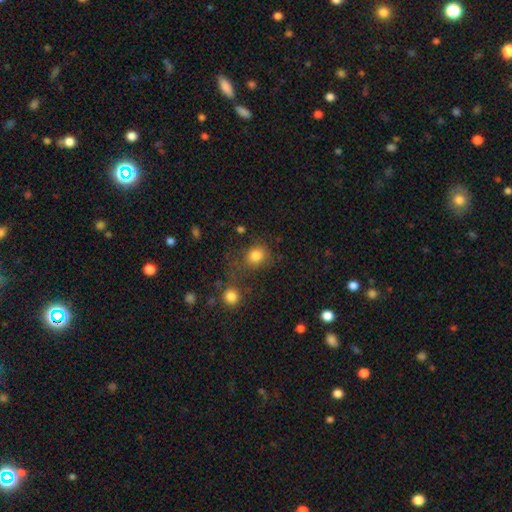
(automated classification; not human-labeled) smooth_or_featured: smooth (p=0.81) [alt: star or artifact p=0.12]
how_rounded: round (p=0.74) [alt: in between p=0.25]
merging: none (p=0.56) [alt: merger p=0.19]